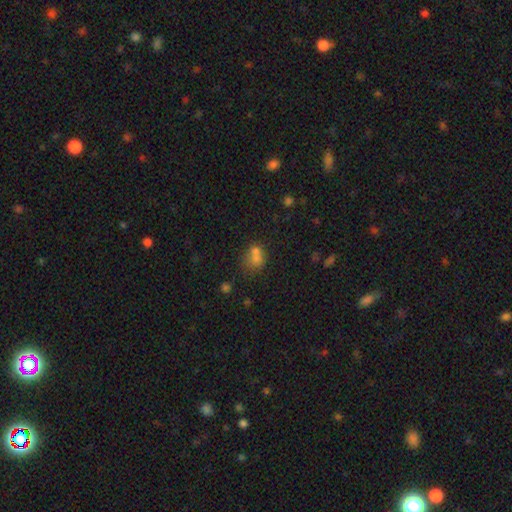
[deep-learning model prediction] Smooth or featured? Predicted: smooth (p=0.70). How rounded? Predicted: in between (p=0.53). Merging? Predicted: merger (p=0.43).